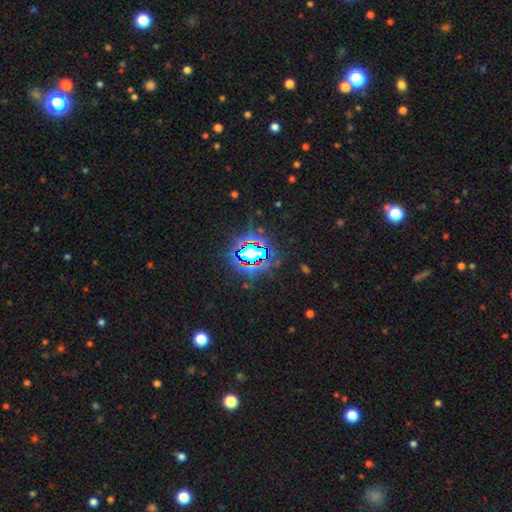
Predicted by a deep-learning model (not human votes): Smooth or featured? star or artifact (78%)